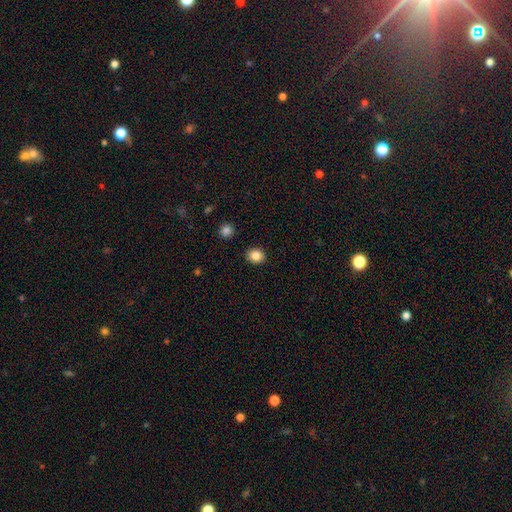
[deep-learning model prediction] Smooth or featured: smooth — 86% (star or artifact — 10%)
How rounded: round — 68% (in between — 31%)
Merging: none — 90% (minor disturbance — 7%)